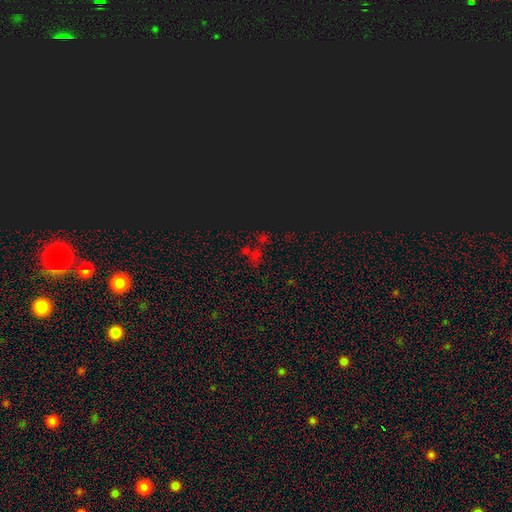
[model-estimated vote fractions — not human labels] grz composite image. It shows a star or artifact, not a galaxy (63%).